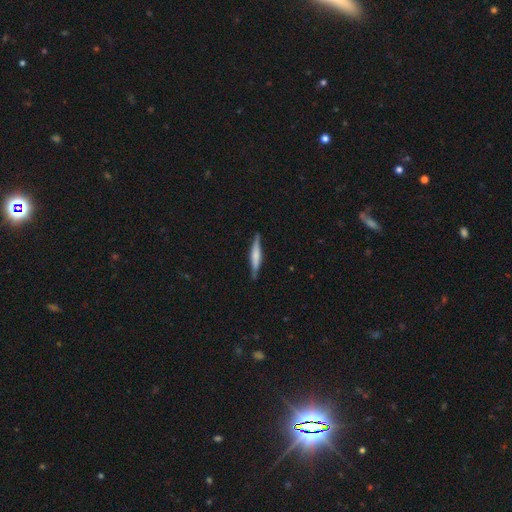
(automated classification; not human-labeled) featured or disk 51%, smooth 43%, star or artifact 6%. Down the decision tree: edge-on disk — yes (96%); merging — none (85%).